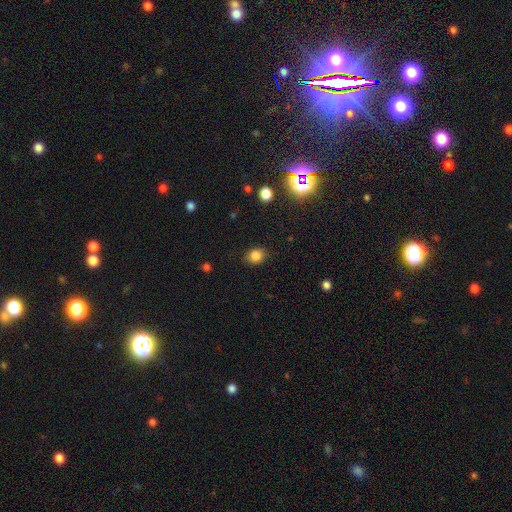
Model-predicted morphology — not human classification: Smooth or featured? smooth (83%)
How rounded? round (58%)
Merging? none (86%)